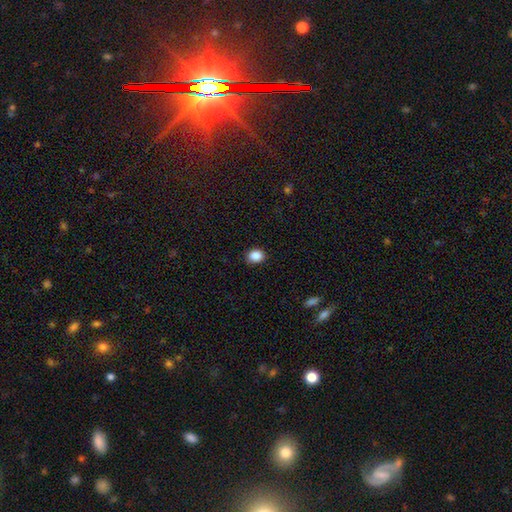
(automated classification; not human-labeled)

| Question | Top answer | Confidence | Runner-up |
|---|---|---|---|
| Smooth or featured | smooth | 88% | star or artifact (9%) |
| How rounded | round | 55% | in between (44%) |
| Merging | none | 89% | minor disturbance (8%) |